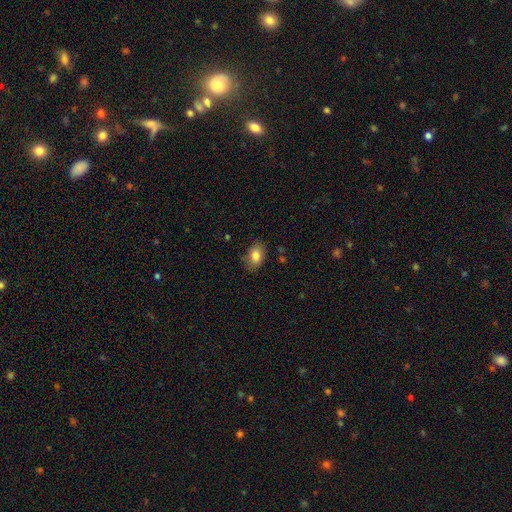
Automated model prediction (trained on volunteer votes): Smooth or featured? Predicted: smooth (p=0.83). How rounded? Predicted: in between (p=0.87). Merging? Predicted: none (p=0.79).